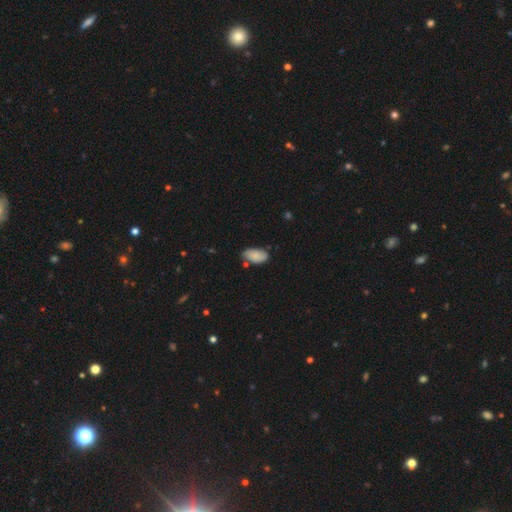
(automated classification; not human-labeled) Smooth or featured: smooth — 78% (featured or disk — 15%)
How rounded: in between — 94% (round — 3%)
Merging: none — 66% (minor disturbance — 26%)